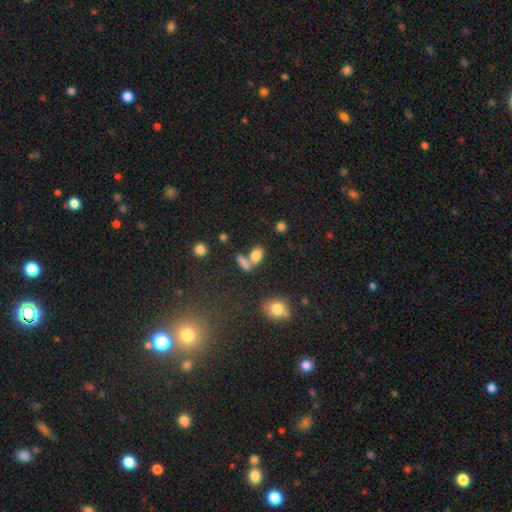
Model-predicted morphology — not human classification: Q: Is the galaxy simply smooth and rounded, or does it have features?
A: smooth — 80%.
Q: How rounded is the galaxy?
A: in between — 79%.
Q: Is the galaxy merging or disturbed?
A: none — 44%.